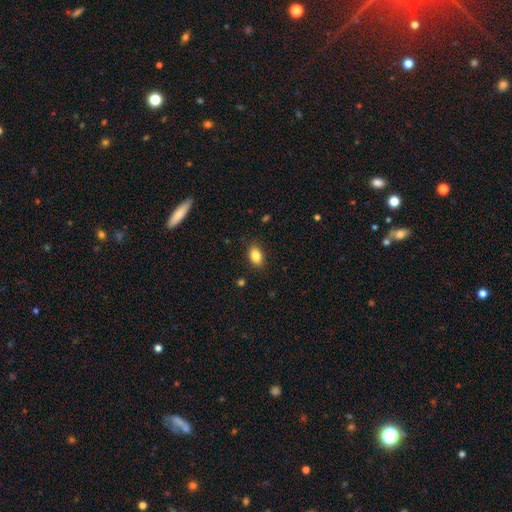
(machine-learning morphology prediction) Smooth or featured?
  - smooth: 85% *
  - star or artifact: 8%
  - featured or disk: 7%
How rounded?
  - in between: 87% *
  - round: 11%
  - cigar-shaped: 2%
Merging?
  - none: 86% *
  - minor disturbance: 10%
  - major disturbance: 2%
  - merger: 1%